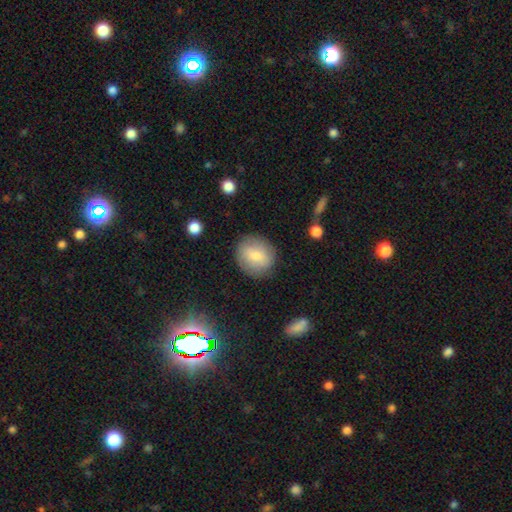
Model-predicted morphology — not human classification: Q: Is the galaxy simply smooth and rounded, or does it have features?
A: smooth — 77%.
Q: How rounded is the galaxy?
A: round — 78%.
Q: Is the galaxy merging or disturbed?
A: none — 84%.